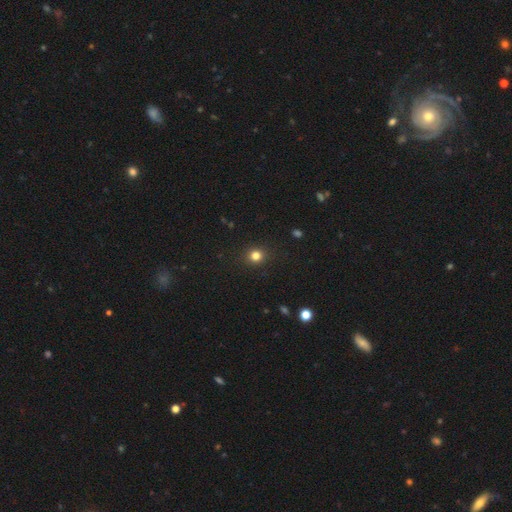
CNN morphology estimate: smooth-or-featured: smooth: 81% | star or artifact: 14% | featured or disk: 5%
  how-rounded: round: 84% | in between: 15% | cigar-shaped: 1%
  merging: none: 90% | minor disturbance: 7% | major disturbance: 2% | merger: 1%